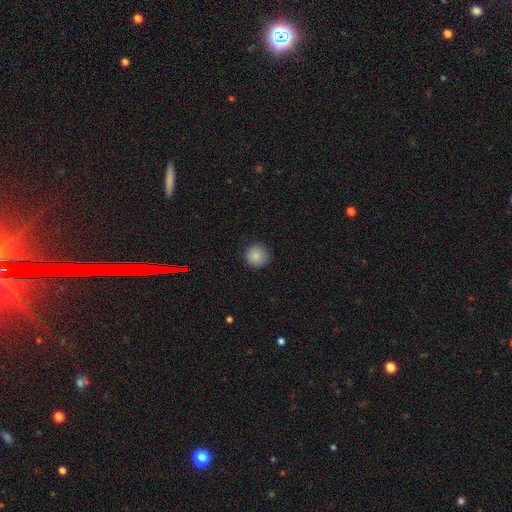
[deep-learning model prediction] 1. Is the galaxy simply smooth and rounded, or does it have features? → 86% smooth, 9% star or artifact, 5% featured or disk.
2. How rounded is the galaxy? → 95% round, 4% in between, 1% cigar-shaped.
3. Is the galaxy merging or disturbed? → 90% none, 7% minor disturbance, 2% major disturbance, 1% merger.